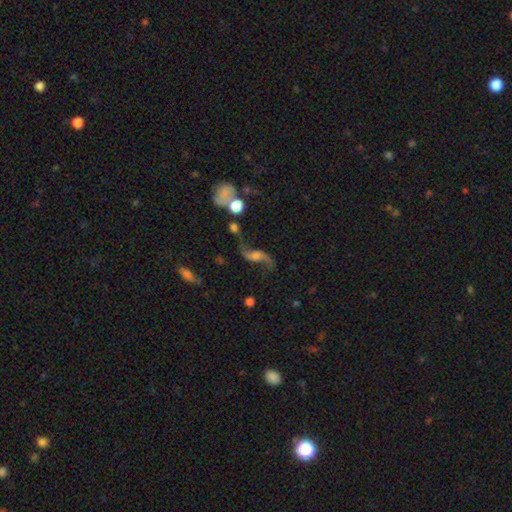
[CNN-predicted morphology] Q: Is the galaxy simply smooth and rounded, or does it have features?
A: featured or disk — 84%.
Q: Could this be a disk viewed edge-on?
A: no — 93%.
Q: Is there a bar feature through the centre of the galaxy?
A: no — 52%.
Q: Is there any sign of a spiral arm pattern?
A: yes — 95%.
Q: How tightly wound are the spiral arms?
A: loose — 93%.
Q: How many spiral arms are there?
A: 2 — 93%.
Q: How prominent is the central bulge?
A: moderate — 30%.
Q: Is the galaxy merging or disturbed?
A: none — 67%.